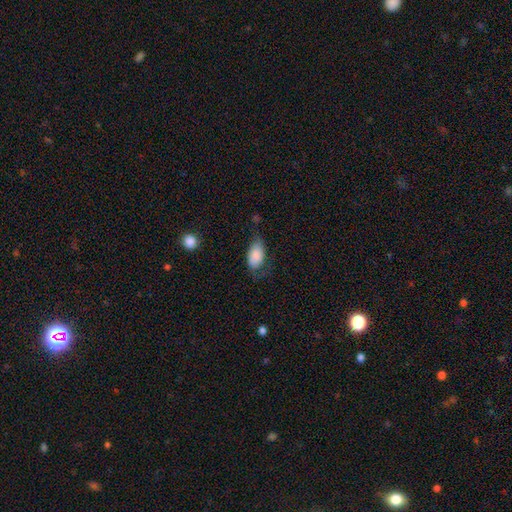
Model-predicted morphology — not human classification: smooth-or-featured: smooth: 83% | featured or disk: 11% | star or artifact: 6%
  how-rounded: in between: 94% | round: 4% | cigar-shaped: 3%
  merging: none: 55% | minor disturbance: 31% | major disturbance: 12% | merger: 2%